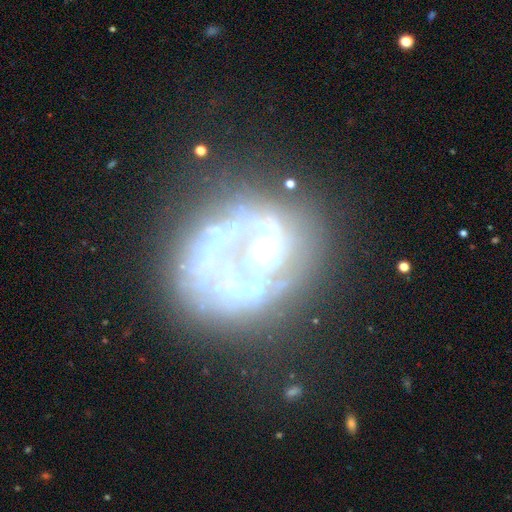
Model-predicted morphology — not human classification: A featured or disk galaxy (73%) with no bar (77%), no spiral arms (65%) and no central bulge (38%). Merging: none (43%).